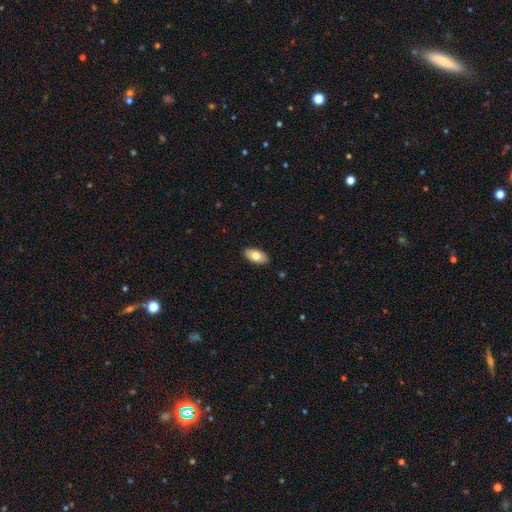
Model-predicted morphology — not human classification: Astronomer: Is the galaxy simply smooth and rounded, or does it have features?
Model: smooth — 77%.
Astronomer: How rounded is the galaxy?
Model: in between — 93%.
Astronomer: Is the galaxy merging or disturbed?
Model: none — 90%.